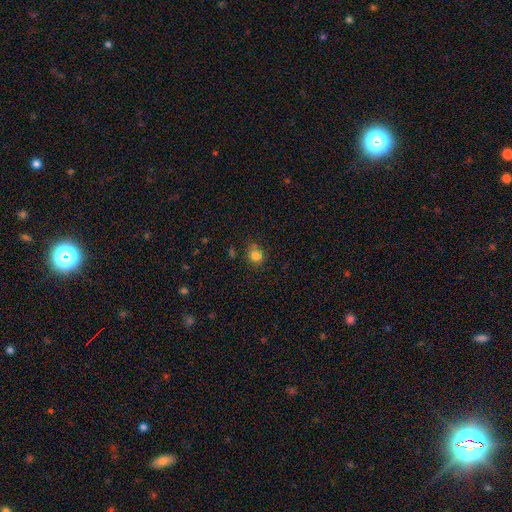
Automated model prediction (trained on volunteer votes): The model was most divided on "merging": none: 77%, minor disturbance: 16%, major disturbance: 4%, merger: 3%. More confident: smooth or featured — smooth (82%); how rounded — round (81%).